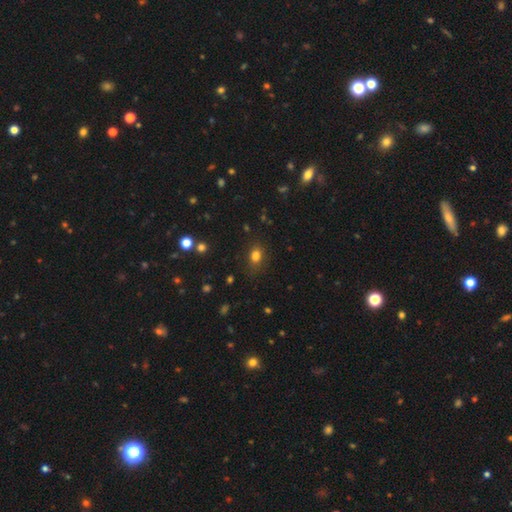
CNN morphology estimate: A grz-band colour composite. It shows a smooth galaxy with no disk features (79%) that is in between round and cigar-shaped (64%). Merging: none (74%).